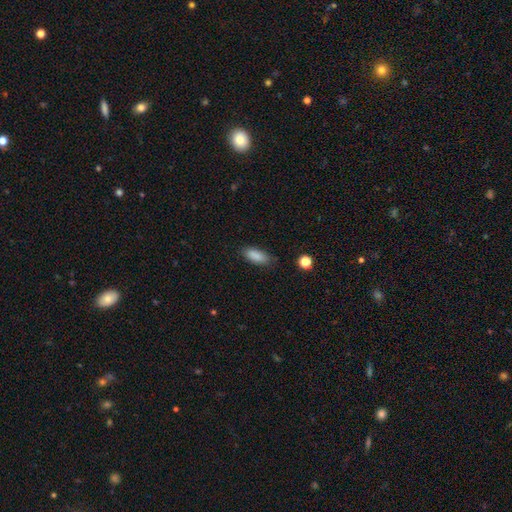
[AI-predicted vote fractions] smooth 87%, star or artifact 8%, featured or disk 5%. Down the decision tree: how rounded — in between (78%); merging — none (80%).